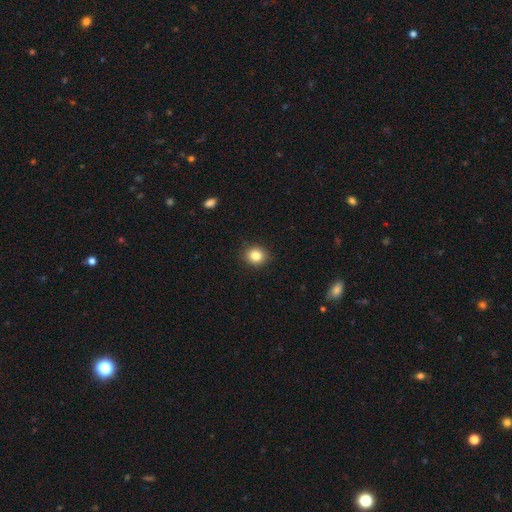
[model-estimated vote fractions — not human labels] A smooth galaxy with no disk features (84%) that is round (76%).

Vote fractions:
- Smooth or featured? smooth: 84% / star or artifact: 10% / featured or disk: 5%
- How rounded? round: 76% / in between: 23% / cigar-shaped: 1%
- Merging? none: 89% / minor disturbance: 8% / major disturbance: 2% / merger: 1%